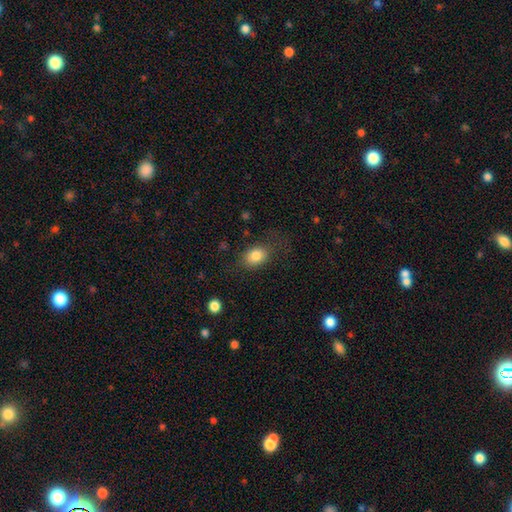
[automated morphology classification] smooth_or_featured: smooth (p=0.83) [alt: star or artifact p=0.09]
how_rounded: in between (p=0.70) [alt: round p=0.29]
merging: none (p=0.70) [alt: minor disturbance p=0.18]